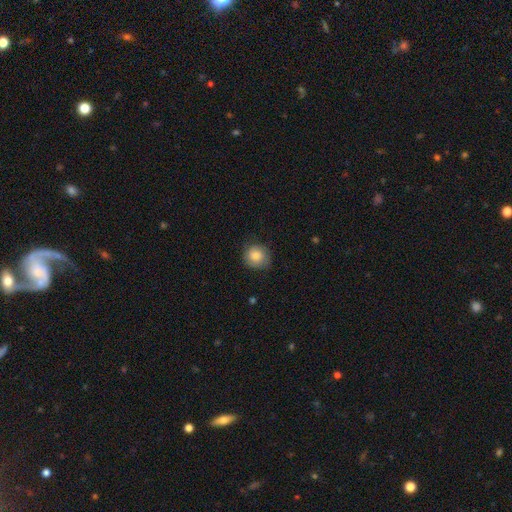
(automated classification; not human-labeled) Smooth or featured? smooth (83%)
How rounded? round (85%)
Merging? none (74%)